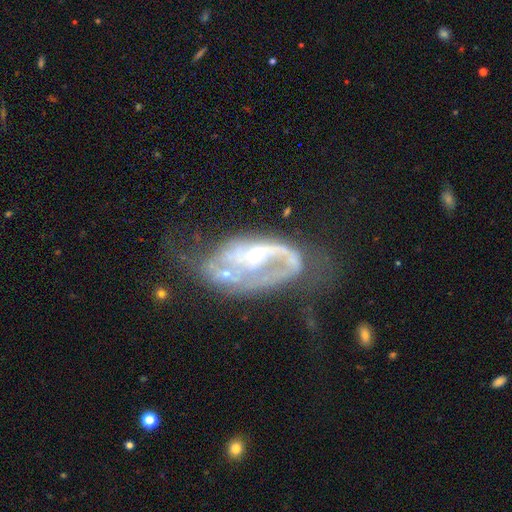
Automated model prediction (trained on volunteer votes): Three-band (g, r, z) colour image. It shows a featured or disk galaxy (79%) with no bar (60%), 2 (37%) medium (38%) spiral arms (67%) and a small central bulge (54%). Merging: major disturbance (40%).